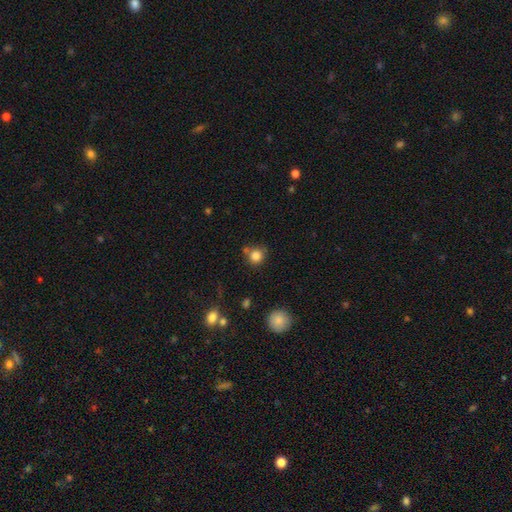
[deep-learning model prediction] The model was most divided on "merging": none: 68%, merger: 15%, minor disturbance: 13%, major disturbance: 4%. More confident: how rounded — round (89%); smooth or featured — smooth (83%).